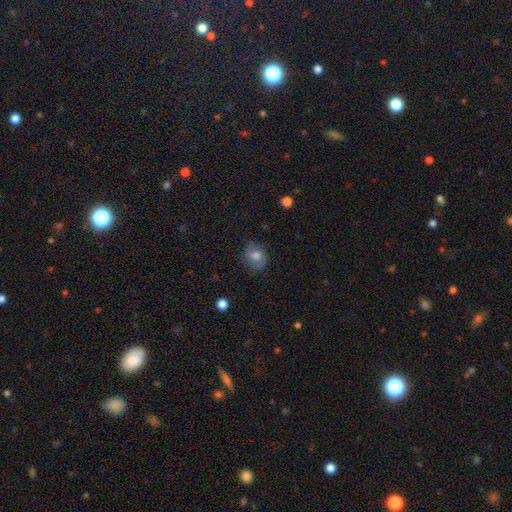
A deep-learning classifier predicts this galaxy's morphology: smooth 70%, featured or disk 20%, star or artifact 10%. Down the decision tree: how rounded — round (68%); merging — none (73%).